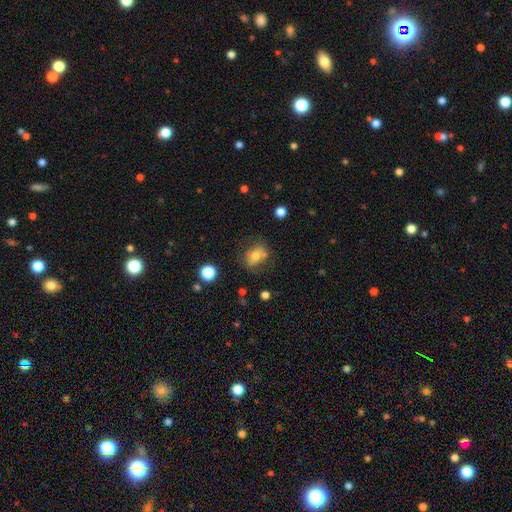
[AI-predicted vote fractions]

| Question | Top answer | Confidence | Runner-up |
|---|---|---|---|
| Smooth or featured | smooth | 70% | featured or disk (19%) |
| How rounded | in between | 55% | round (44%) |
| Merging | none | 62% | minor disturbance (18%) |